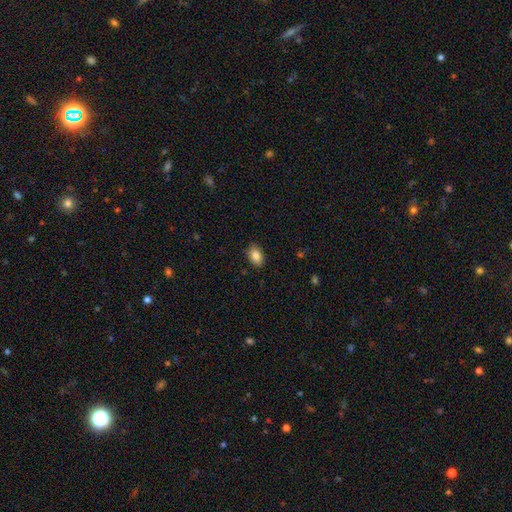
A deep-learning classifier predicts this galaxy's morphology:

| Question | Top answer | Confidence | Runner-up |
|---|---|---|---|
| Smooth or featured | smooth | 86% | star or artifact (8%) |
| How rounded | in between | 86% | round (12%) |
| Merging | none | 88% | minor disturbance (9%) |